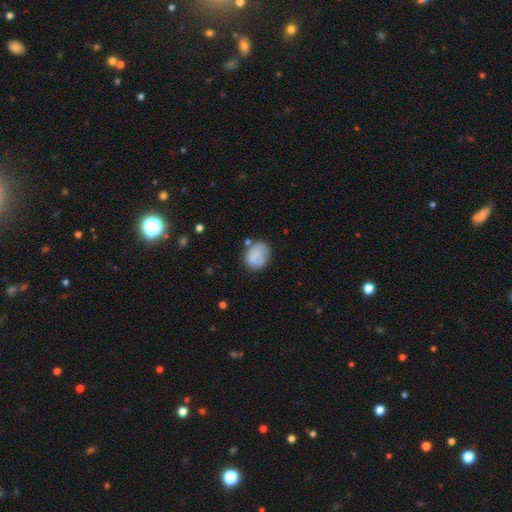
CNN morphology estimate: A smooth galaxy with no disk features (74%) that is round (50%).

Vote fractions:
- Smooth or featured? smooth: 74% / featured or disk: 18% / star or artifact: 8%
- How rounded? round: 50% / in between: 49% / cigar-shaped: 1%
- Merging? none: 57% / minor disturbance: 26% / major disturbance: 10% / merger: 7%